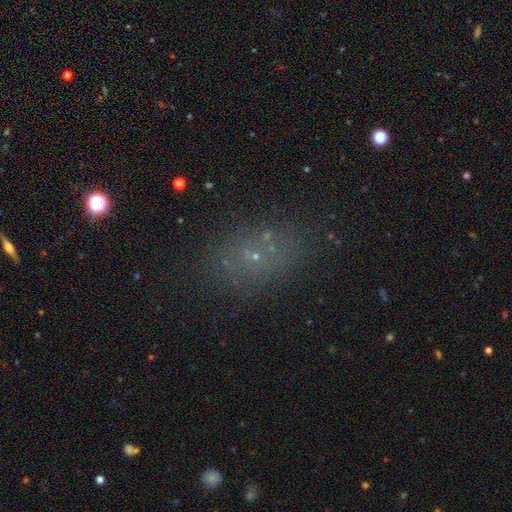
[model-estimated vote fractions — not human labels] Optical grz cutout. It shows a smooth galaxy with no disk features (53%) that is in between round and cigar-shaped (69%). Merging: none (76%).